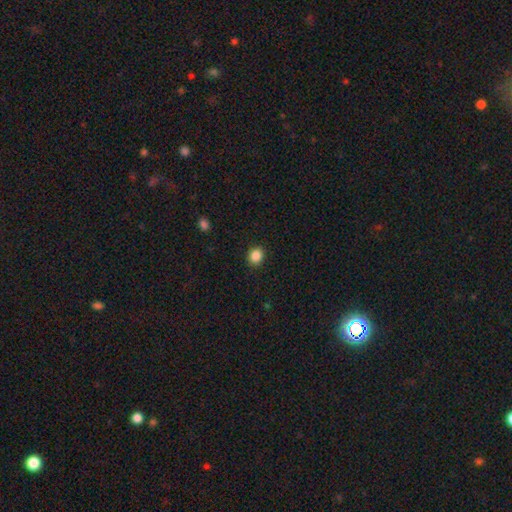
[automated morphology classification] This appears to be a smooth galaxy with no disk features (86%) that is round (72%). Merging: none (91%).